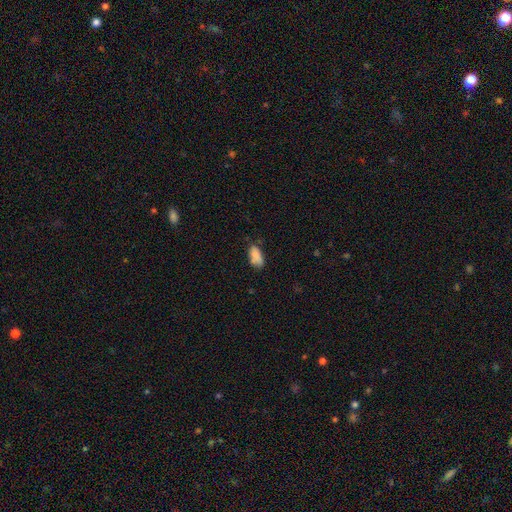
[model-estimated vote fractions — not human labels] Smooth or featured?
  - smooth: 85% *
  - star or artifact: 8%
  - featured or disk: 7%
How rounded?
  - in between: 88% *
  - cigar-shaped: 9%
  - round: 3%
Merging?
  - none: 62% *
  - minor disturbance: 28%
  - major disturbance: 7%
  - merger: 3%